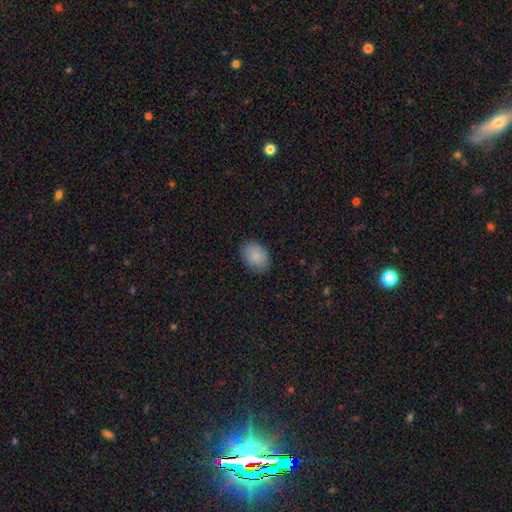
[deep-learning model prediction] smooth-or-featured: smooth: 88% | star or artifact: 7% | featured or disk: 5%
  how-rounded: in between: 80% | round: 19% | cigar-shaped: 1%
  merging: none: 84% | minor disturbance: 12% | major disturbance: 3% | merger: 1%